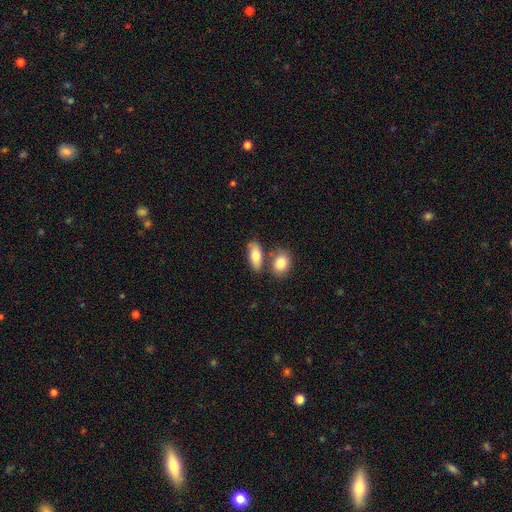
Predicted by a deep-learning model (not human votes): The model was most divided on "merging": none: 61%, merger: 22%, minor disturbance: 13%, major disturbance: 4%. More confident: how rounded — in between (82%); smooth or featured — smooth (78%).